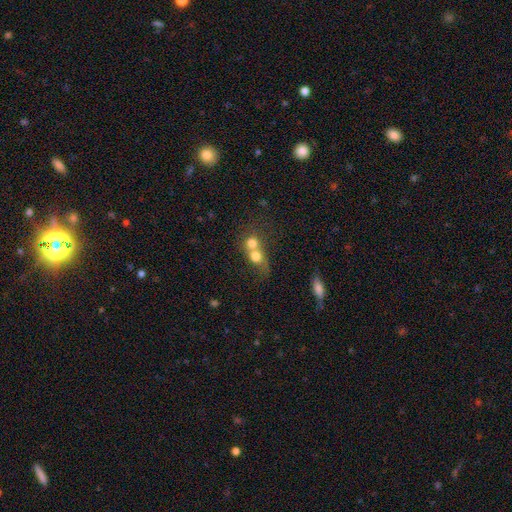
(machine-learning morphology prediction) Smooth or featured? Predicted: smooth (p=0.70). How rounded? Predicted: round (p=0.69). Merging? Predicted: merger (p=0.74).